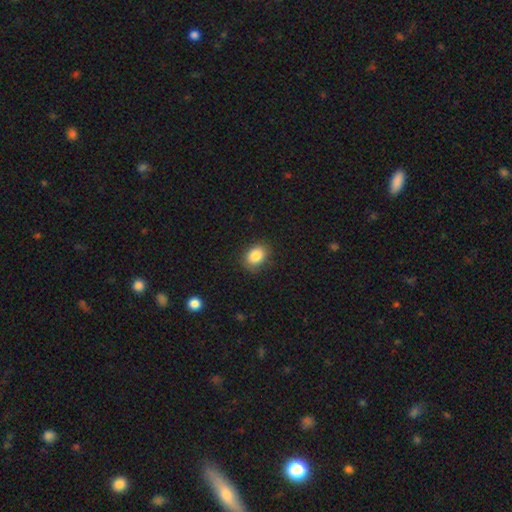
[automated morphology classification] A smooth galaxy with no disk features (86%) that is in between round and cigar-shaped (71%).

Vote fractions:
- Smooth or featured? smooth: 86% / star or artifact: 8% / featured or disk: 6%
- How rounded? in between: 71% / round: 28% / cigar-shaped: 1%
- Merging? none: 83% / minor disturbance: 13% / major disturbance: 3% / merger: 1%